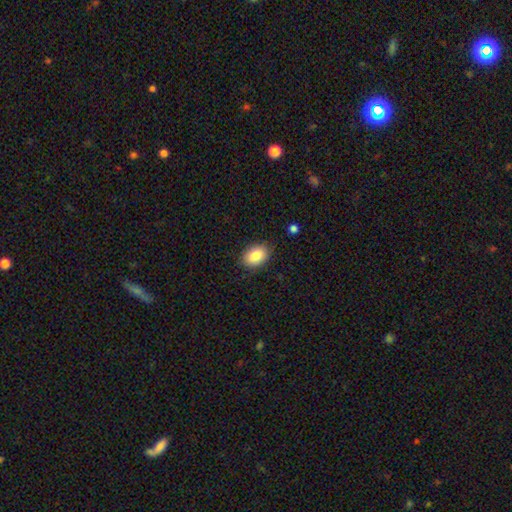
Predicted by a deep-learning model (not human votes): Smooth or featured? Predicted: smooth (p=0.85). How rounded? Predicted: in between (p=0.85). Merging? Predicted: none (p=0.86).